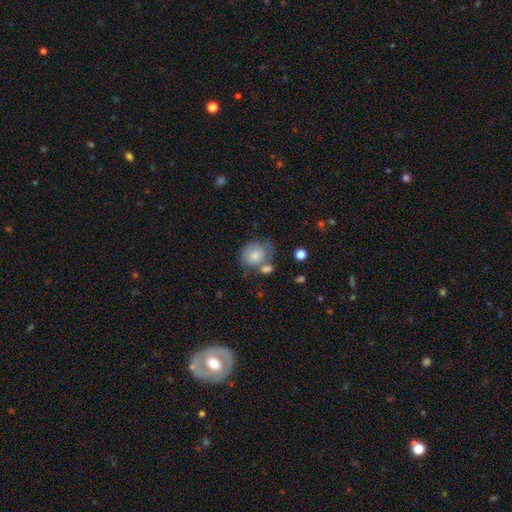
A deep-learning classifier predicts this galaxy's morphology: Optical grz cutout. It shows a smooth galaxy with no disk features (74%) that is round (67%). Merging: none (41%).